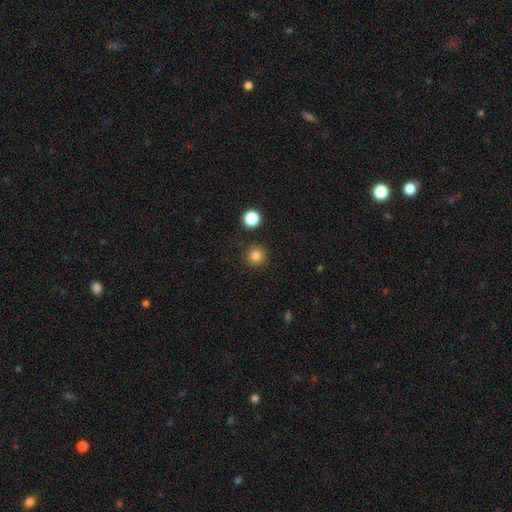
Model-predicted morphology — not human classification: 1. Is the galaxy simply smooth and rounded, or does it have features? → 82% smooth, 13% star or artifact, 5% featured or disk.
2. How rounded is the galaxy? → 95% round, 5% in between, 1% cigar-shaped.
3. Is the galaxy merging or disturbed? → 89% none, 6% minor disturbance, 2% merger, 2% major disturbance.